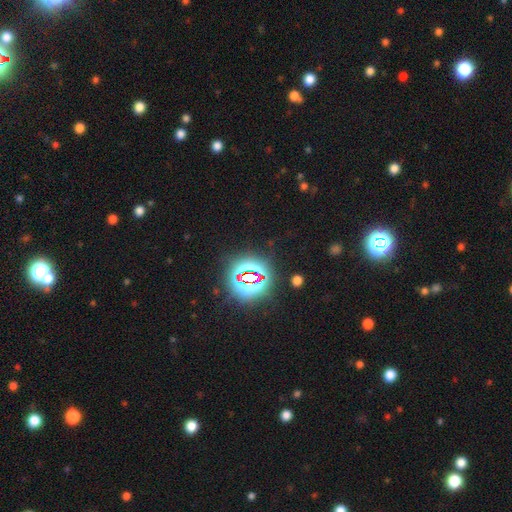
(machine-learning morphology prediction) The model was most divided on "smooth or featured": star or artifact: 83%, smooth: 10%, featured or disk: 6%.